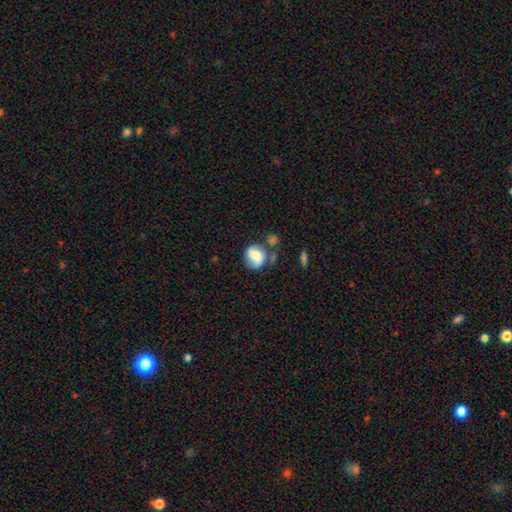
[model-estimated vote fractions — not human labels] Morphology: type=smooth (51%); roundness=round (65%); merging=none (44%).